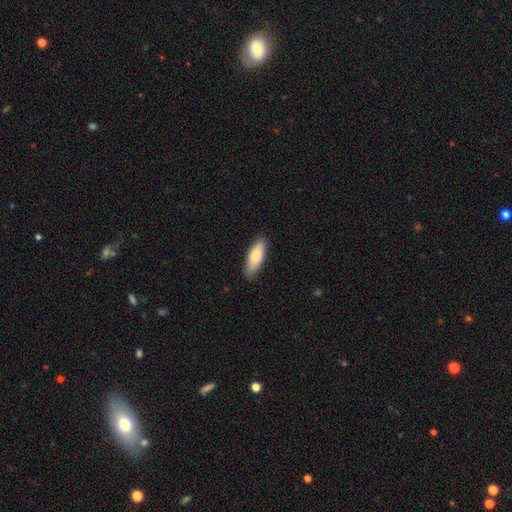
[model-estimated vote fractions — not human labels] This is clearly a smooth galaxy (82%). How rounded: likely in between (65%). Merging: clearly none (85%).